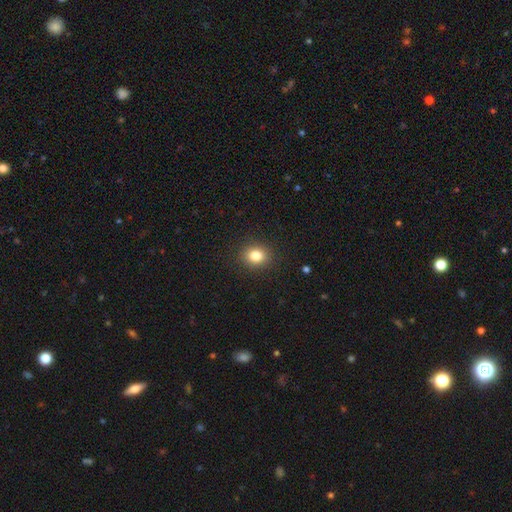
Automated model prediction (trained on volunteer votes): Smooth or featured?
  - smooth: 82% *
  - star or artifact: 11%
  - featured or disk: 6%
How rounded?
  - round: 66% *
  - in between: 33%
  - cigar-shaped: 1%
Merging?
  - none: 90% *
  - minor disturbance: 7%
  - major disturbance: 2%
  - merger: 1%